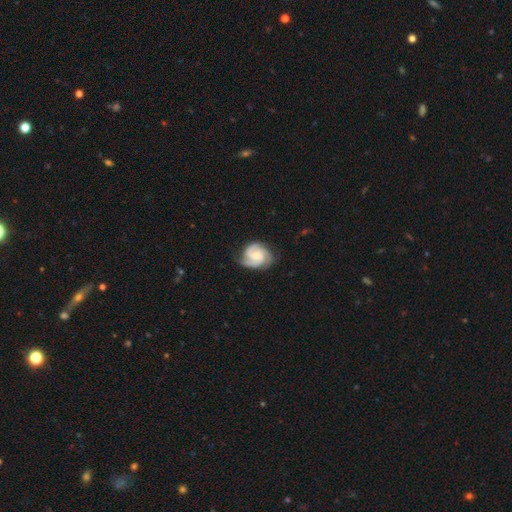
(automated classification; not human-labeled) This is clearly a featured or disk galaxy (86%). It is clearly not viewed edge-on (98%). Bar: likely no (65%). Spiral arm pattern: clearly yes (98%). Spiral arm count: likely 3 (64%). Spiral winding: possibly tight (55%). Central bulge: possibly small (46%). Merging: likely none (73%).